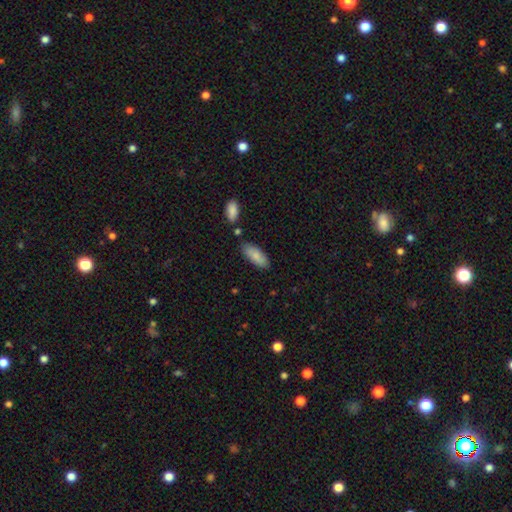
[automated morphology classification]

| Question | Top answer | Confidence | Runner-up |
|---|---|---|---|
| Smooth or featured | smooth | 81% | featured or disk (14%) |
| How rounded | in between | 82% | cigar-shaped (16%) |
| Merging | none | 77% | minor disturbance (15%) |